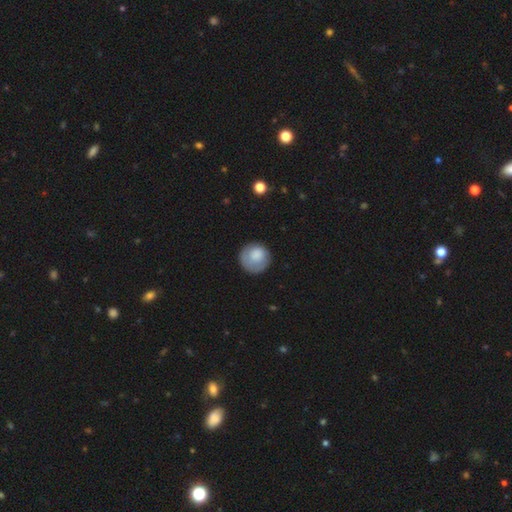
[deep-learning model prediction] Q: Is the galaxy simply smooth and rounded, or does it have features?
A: smooth — 77%.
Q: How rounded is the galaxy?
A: round — 92%.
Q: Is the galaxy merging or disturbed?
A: none — 75%.